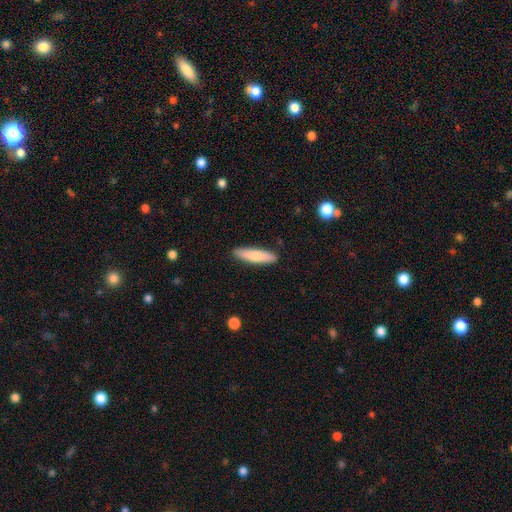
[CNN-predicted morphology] Smooth or featured: smooth — 78% (featured or disk — 16%)
How rounded: cigar-shaped — 72% (in between — 26%)
Merging: none — 89% (minor disturbance — 8%)